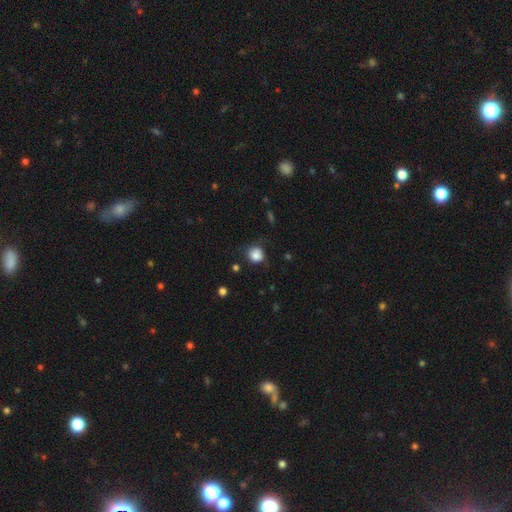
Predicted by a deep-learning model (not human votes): Smooth or featured: smooth — 85% (star or artifact — 10%)
How rounded: round — 87% (in between — 12%)
Merging: none — 72% (minor disturbance — 21%)